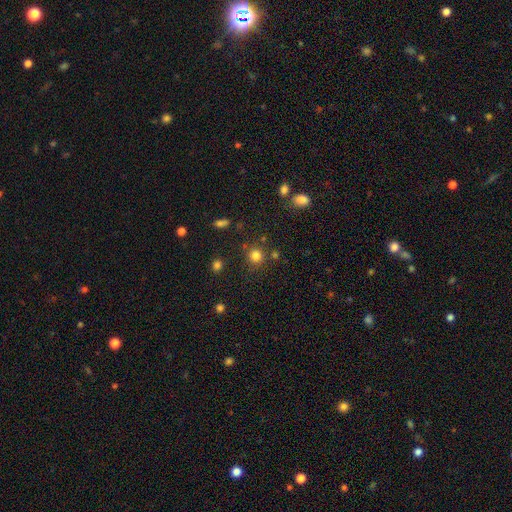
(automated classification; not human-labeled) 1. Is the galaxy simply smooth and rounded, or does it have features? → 80% smooth, 15% star or artifact, 6% featured or disk.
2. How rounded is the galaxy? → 91% round, 8% in between, 1% cigar-shaped.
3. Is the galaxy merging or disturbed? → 80% none, 9% minor disturbance, 7% merger, 4% major disturbance.